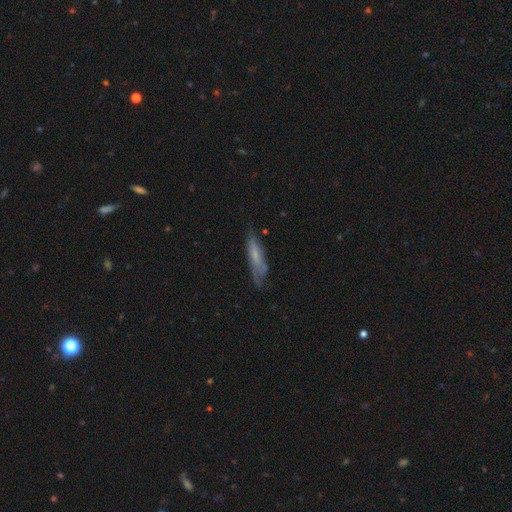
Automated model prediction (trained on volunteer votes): A smooth galaxy with no disk features (50%) that is cigar-shaped (66%). Merging: none (52%).